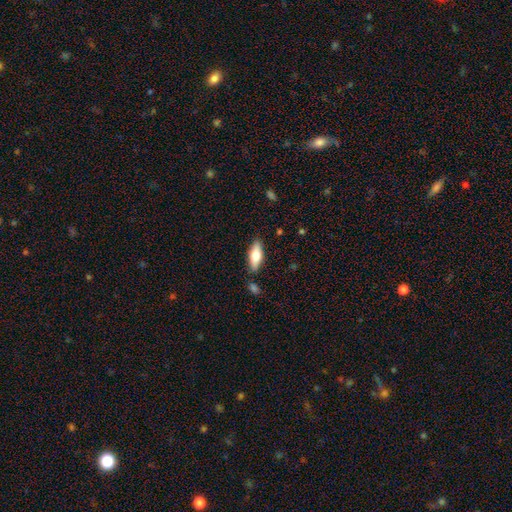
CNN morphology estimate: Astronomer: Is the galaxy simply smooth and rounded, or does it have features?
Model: smooth — 63%.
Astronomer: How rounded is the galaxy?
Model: in between — 68%.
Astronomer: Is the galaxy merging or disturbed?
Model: none — 84%.